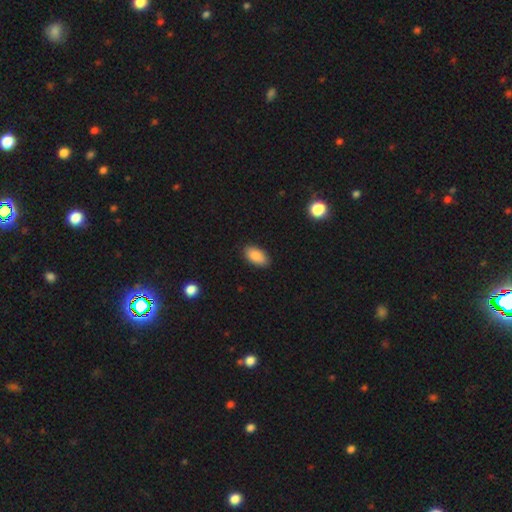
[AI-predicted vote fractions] Smooth or featured: smooth — 88% (star or artifact — 7%)
How rounded: in between — 93% (cigar-shaped — 3%)
Merging: none — 87% (minor disturbance — 10%)